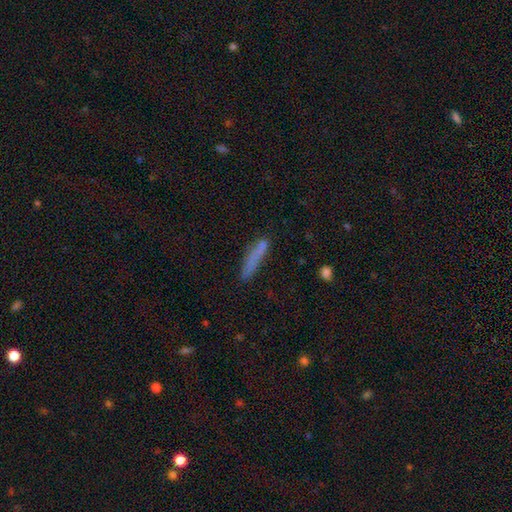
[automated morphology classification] Smooth or featured? smooth (76%)
How rounded? cigar-shaped (92%)
Merging? none (78%)